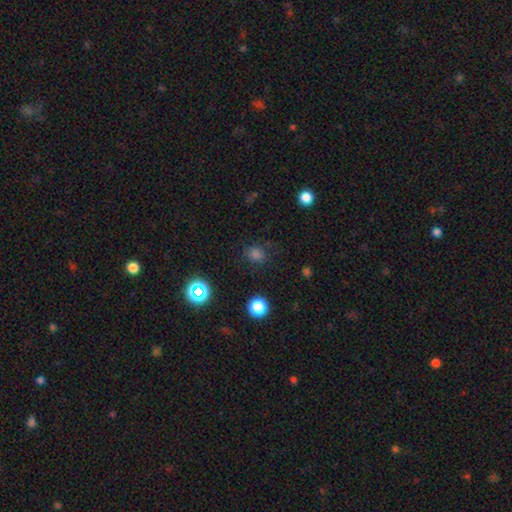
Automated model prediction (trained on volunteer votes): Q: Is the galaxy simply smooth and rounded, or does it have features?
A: smooth — 70%.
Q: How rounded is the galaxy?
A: round — 84%.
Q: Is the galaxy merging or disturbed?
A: none — 82%.